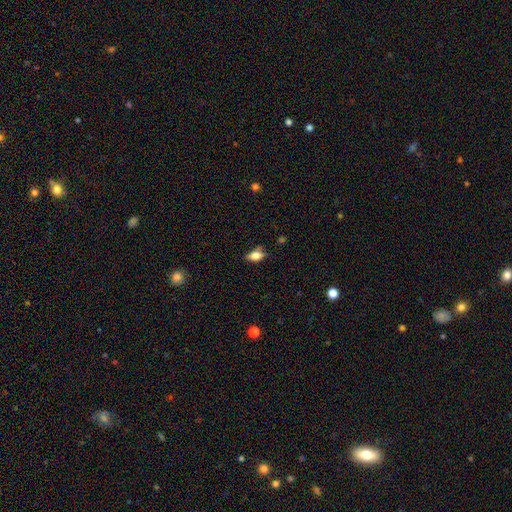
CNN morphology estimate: This is likely a smooth galaxy (74%). How rounded: clearly in between (83%). Merging: likely none (62%).